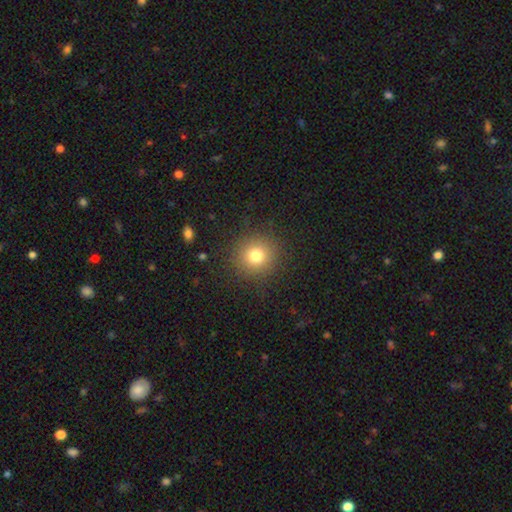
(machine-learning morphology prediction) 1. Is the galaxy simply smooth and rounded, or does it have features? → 77% smooth, 14% star or artifact, 9% featured or disk.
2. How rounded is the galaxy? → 91% round, 8% in between, 1% cigar-shaped.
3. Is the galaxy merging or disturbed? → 88% none, 7% minor disturbance, 4% major disturbance, 1% merger.